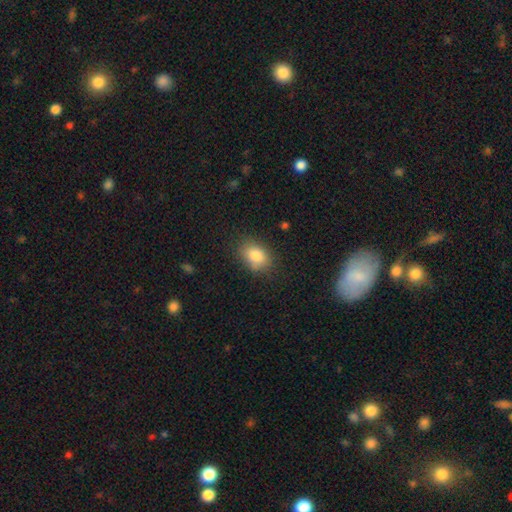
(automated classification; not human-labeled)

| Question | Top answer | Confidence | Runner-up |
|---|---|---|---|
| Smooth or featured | smooth | 82% | star or artifact (9%) |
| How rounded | in between | 74% | round (25%) |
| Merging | none | 79% | minor disturbance (15%) |